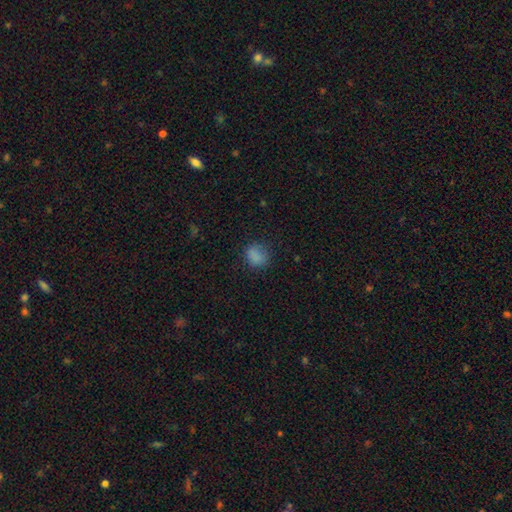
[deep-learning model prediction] smooth-or-featured: smooth: 81% | star or artifact: 14% | featured or disk: 6%
  how-rounded: round: 59% | in between: 40% | cigar-shaped: 1%
  merging: none: 74% | minor disturbance: 18% | major disturbance: 7% | merger: 1%